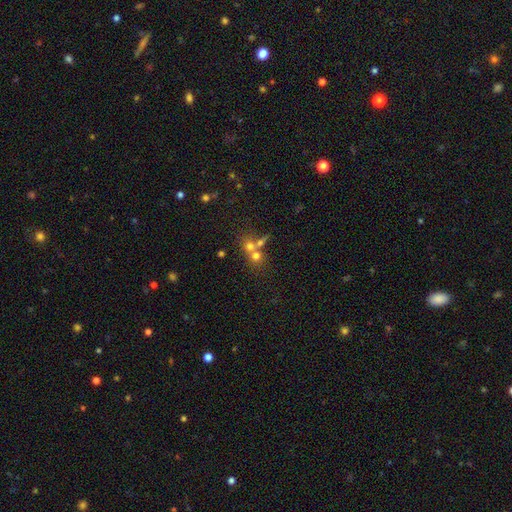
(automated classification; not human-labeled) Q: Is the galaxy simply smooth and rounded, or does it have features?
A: smooth — 62%.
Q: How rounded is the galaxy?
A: round — 81%.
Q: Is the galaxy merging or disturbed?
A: merger — 56%.